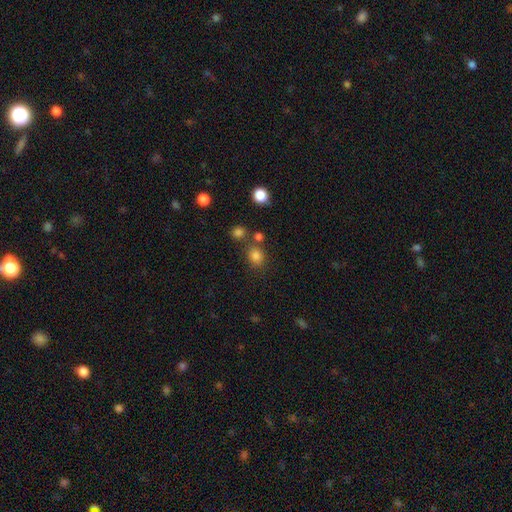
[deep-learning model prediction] A smooth galaxy with no disk features (81%) that is round (70%). Merging: none (71%).